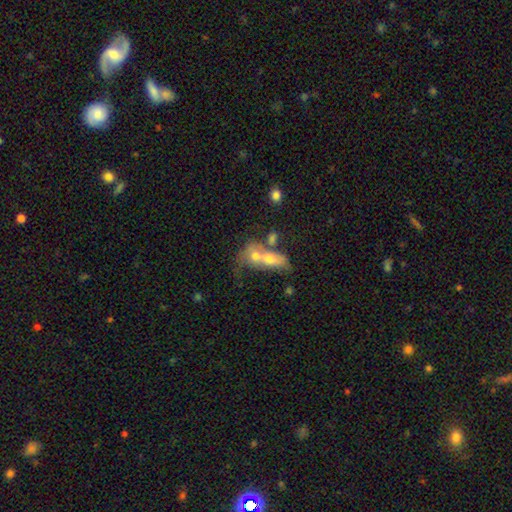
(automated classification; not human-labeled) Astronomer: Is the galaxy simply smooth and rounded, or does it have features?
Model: smooth — 60%.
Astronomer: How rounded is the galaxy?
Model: in between — 67%.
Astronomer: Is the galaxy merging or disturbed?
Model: merger — 72%.